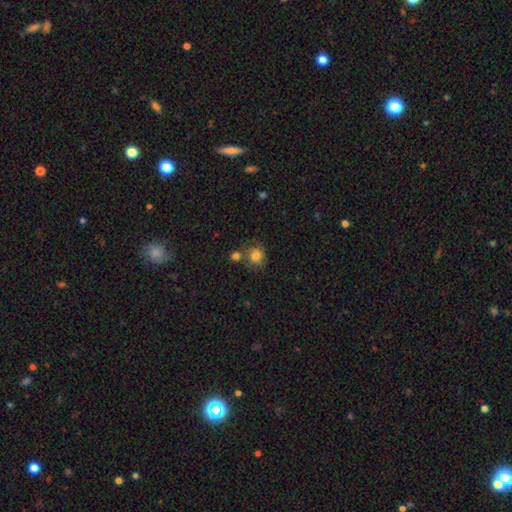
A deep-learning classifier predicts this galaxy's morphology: This is likely a smooth galaxy (77%). How rounded: likely round (77%). Merging: possibly none (57%).